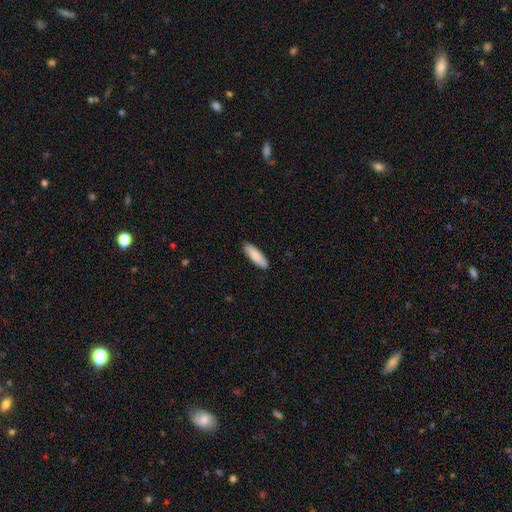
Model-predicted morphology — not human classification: Smooth or featured? smooth (87%)
How rounded? cigar-shaped (50%)
Merging? none (89%)